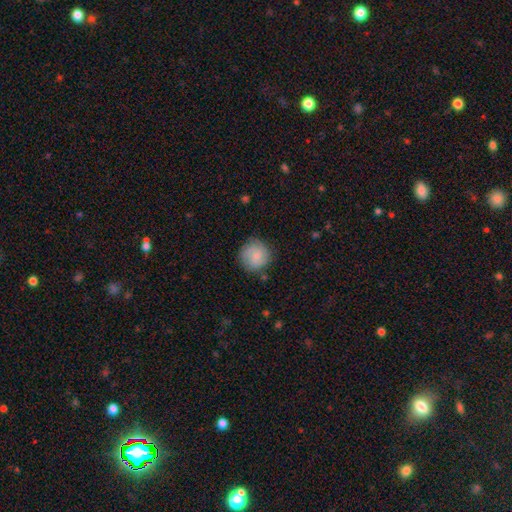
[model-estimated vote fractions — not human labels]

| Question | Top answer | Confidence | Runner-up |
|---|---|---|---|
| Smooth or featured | smooth | 60% | featured or disk (33%) |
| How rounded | round | 91% | in between (8%) |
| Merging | none | 80% | minor disturbance (14%) |